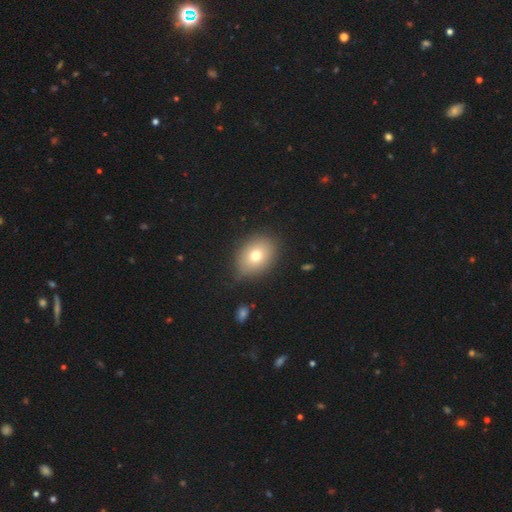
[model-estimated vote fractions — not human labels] Smooth or featured? smooth (74%)
How rounded? in between (62%)
Merging? none (78%)